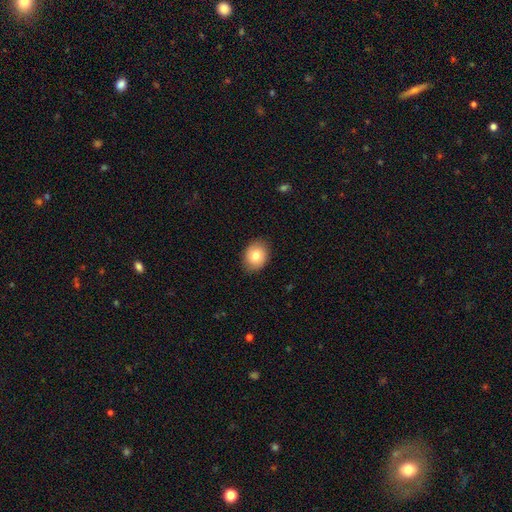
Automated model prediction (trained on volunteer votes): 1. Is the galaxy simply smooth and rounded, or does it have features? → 79% smooth, 13% featured or disk, 8% star or artifact.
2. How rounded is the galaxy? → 53% in between, 46% round, 1% cigar-shaped.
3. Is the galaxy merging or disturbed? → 86% none, 10% minor disturbance, 2% major disturbance, 1% merger.